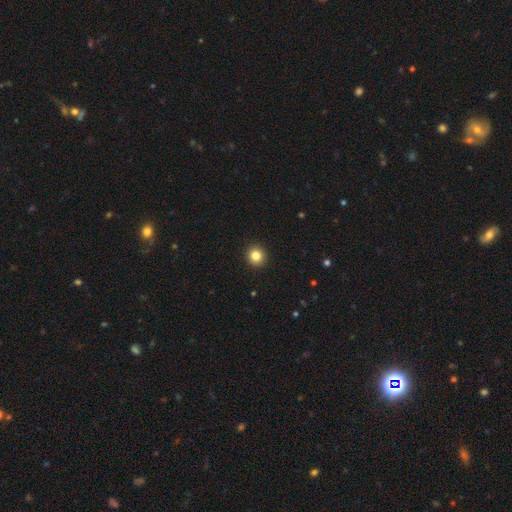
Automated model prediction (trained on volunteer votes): A smooth galaxy with no disk features (84%) that is round (94%). Merging: none (93%).